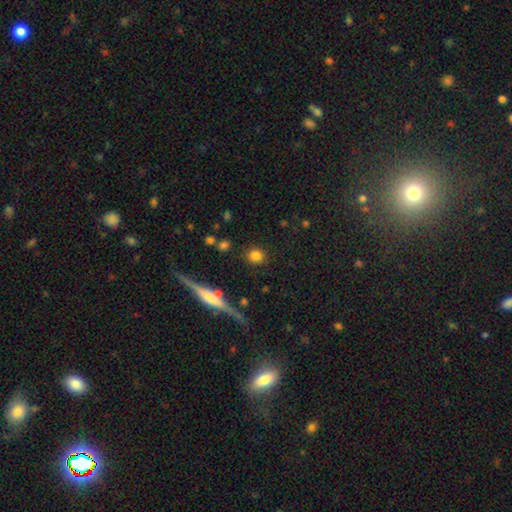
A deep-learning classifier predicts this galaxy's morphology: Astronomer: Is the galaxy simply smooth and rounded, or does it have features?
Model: smooth — 81%.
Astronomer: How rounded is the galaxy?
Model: round — 86%.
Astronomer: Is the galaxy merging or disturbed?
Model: none — 88%.